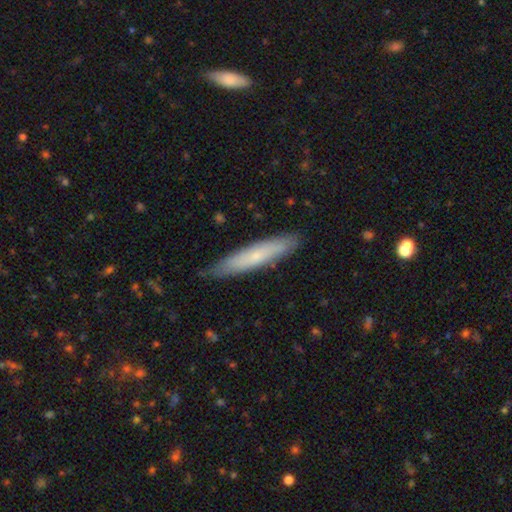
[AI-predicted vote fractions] smooth 62%, featured or disk 33%, star or artifact 6%. Down the decision tree: how rounded — cigar-shaped (89%); merging — none (84%).